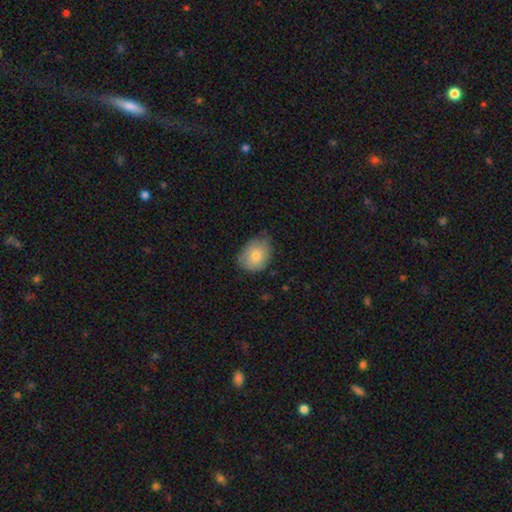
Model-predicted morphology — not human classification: A smooth galaxy with no disk features (77%) that is in between round and cigar-shaped (57%).

Vote fractions:
- Smooth or featured? smooth: 77% / featured or disk: 16% / star or artifact: 7%
- How rounded? in between: 57% / round: 42% / cigar-shaped: 1%
- Merging? none: 63% / minor disturbance: 31% / major disturbance: 5% / merger: 1%